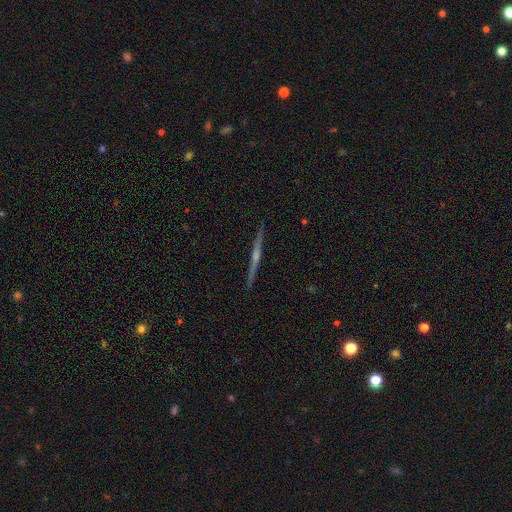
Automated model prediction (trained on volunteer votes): A featured or disk galaxy (69%) viewed edge-on (95%) with a rounded central bulge (71%).

Vote fractions:
- Smooth or featured? featured or disk: 69% / smooth: 18% / star or artifact: 13%
- Edge-on disk? yes: 95% / no: 5%
- Edge-on bulge? rounded: 71% / none: 20% / boxy: 9%
- Merging? none: 89% / minor disturbance: 7% / major disturbance: 2% / merger: 2%